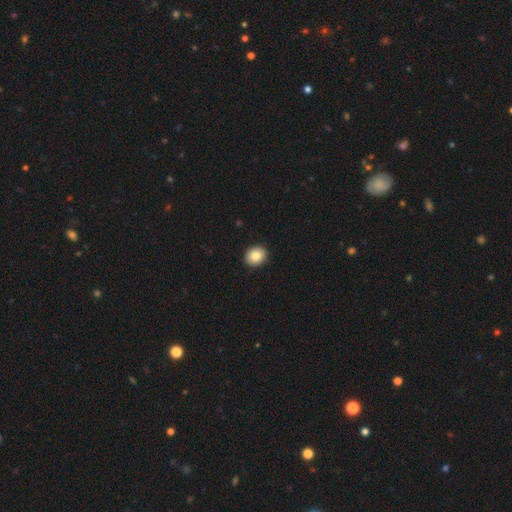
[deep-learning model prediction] Smooth or featured? Predicted: smooth (p=0.85). How rounded? Predicted: round (p=0.73). Merging? Predicted: none (p=0.92).